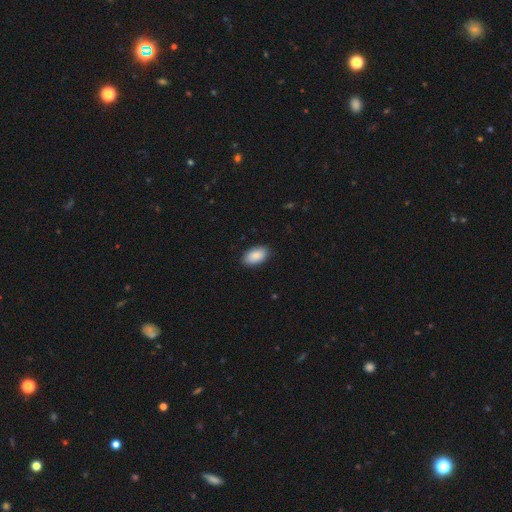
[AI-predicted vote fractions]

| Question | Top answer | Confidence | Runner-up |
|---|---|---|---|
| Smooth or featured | smooth | 90% | star or artifact (6%) |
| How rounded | in between | 95% | round (3%) |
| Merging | none | 88% | minor disturbance (9%) |